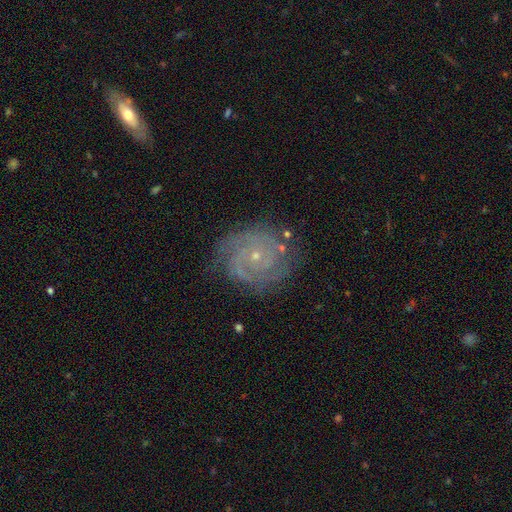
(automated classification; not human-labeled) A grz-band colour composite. It shows a featured or disk galaxy (87%) with no bar (78%), 2 (35%) tight (74%) spiral arms (97%) and a small central bulge (81%). Merging: none (78%).